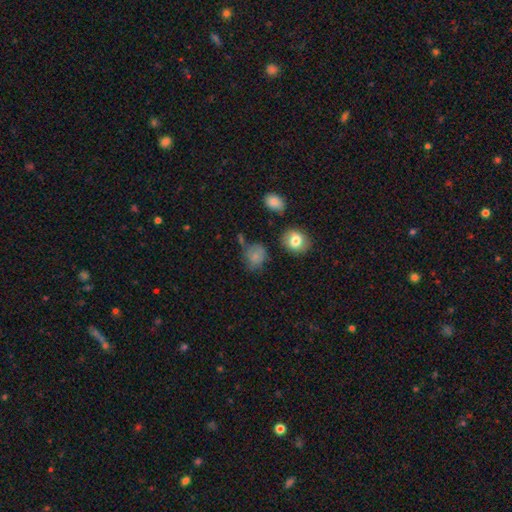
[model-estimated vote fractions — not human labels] smooth 74%, featured or disk 15%, star or artifact 11%. Down the decision tree: how rounded — round (61%); merging — none (51%).